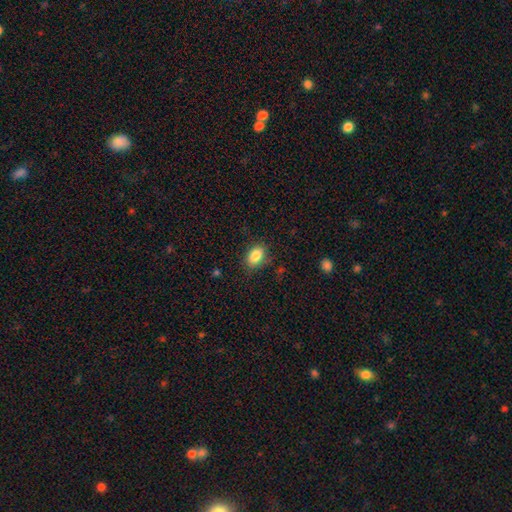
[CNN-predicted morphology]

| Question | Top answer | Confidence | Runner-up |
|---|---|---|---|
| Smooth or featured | smooth | 86% | star or artifact (8%) |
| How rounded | in between | 85% | round (14%) |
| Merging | none | 81% | minor disturbance (14%) |